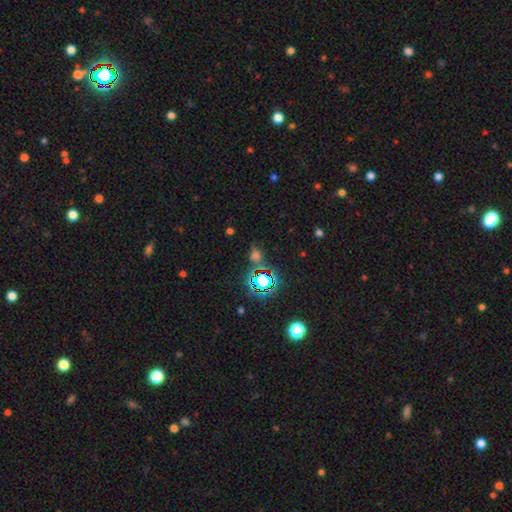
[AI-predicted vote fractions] A star or artifact, not a galaxy (48%).

Vote fractions:
- Smooth or featured? star or artifact: 48% / smooth: 42% / featured or disk: 10%